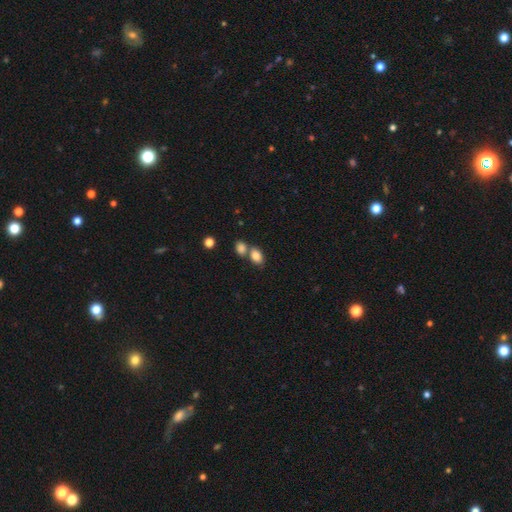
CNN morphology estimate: type=smooth (84%); roundness=in between (81%); merging=none (43%, tied with merger).